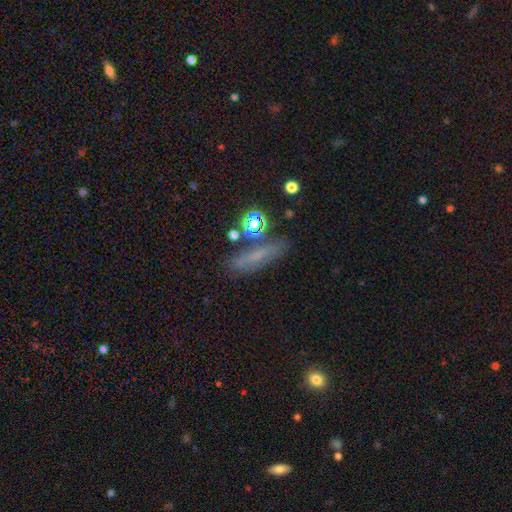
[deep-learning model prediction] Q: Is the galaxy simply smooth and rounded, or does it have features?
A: smooth — 52%.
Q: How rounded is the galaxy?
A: cigar-shaped — 65%.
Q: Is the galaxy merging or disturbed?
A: none — 71%.